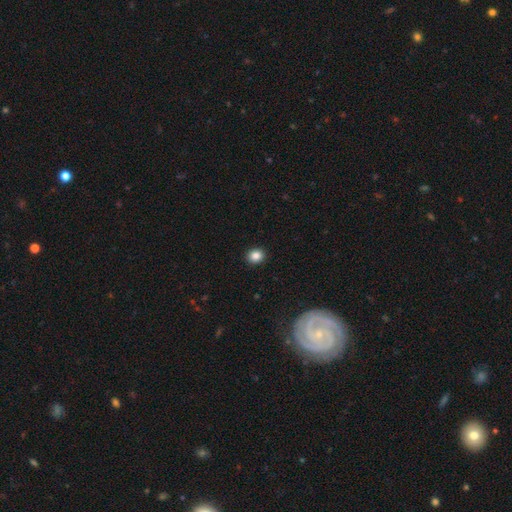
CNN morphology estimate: Smooth or featured?
  - smooth: 86% *
  - star or artifact: 10%
  - featured or disk: 4%
How rounded?
  - round: 70% *
  - in between: 29%
  - cigar-shaped: 1%
Merging?
  - none: 92% *
  - minor disturbance: 5%
  - major disturbance: 2%
  - merger: 1%